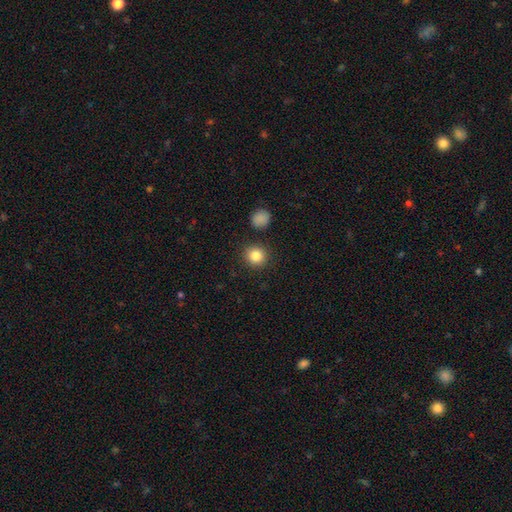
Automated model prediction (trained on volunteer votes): Smooth or featured: smooth — 85% (star or artifact — 10%)
How rounded: round — 91% (in between — 8%)
Merging: none — 89% (minor disturbance — 6%)